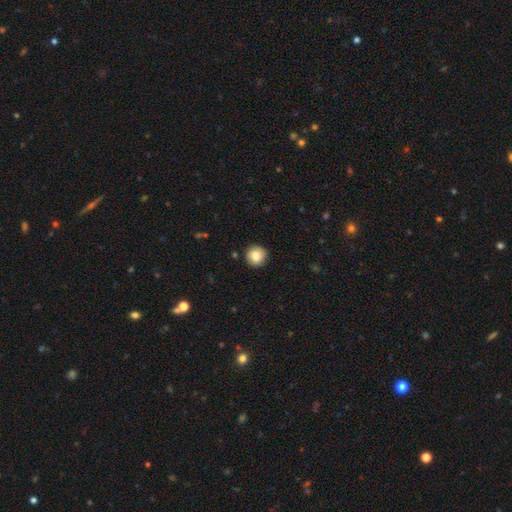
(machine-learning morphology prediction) A smooth galaxy with no disk features (82%) that is round (93%).

Vote fractions:
- Smooth or featured? smooth: 82% / featured or disk: 9% / star or artifact: 8%
- How rounded? round: 93% / in between: 6% / cigar-shaped: 1%
- Merging? none: 90% / minor disturbance: 7% / major disturbance: 2% / merger: 1%